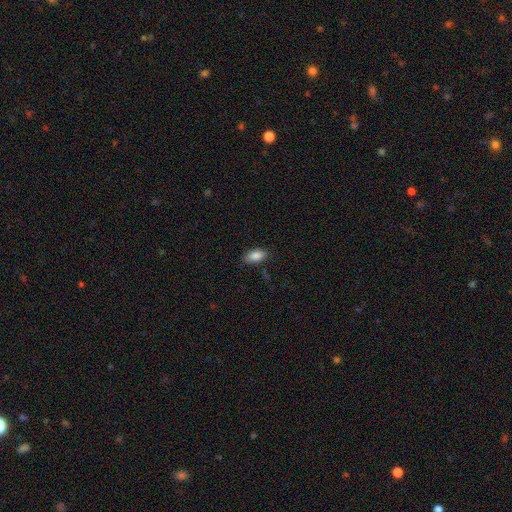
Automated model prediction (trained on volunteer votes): Smooth or featured? Predicted: smooth (p=0.86). How rounded? Predicted: in between (p=0.91). Merging? Predicted: none (p=0.82).